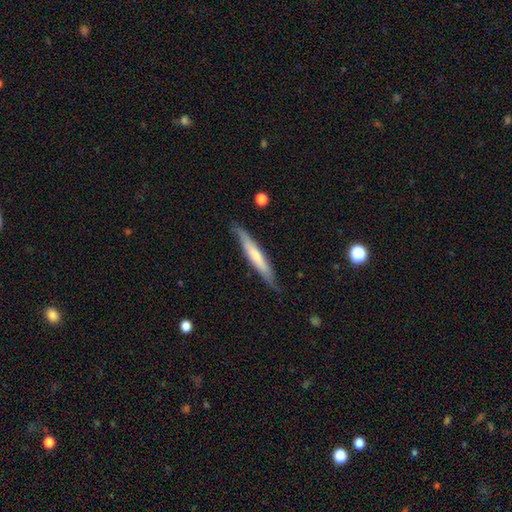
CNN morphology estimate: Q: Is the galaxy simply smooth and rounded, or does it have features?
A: smooth — 50%.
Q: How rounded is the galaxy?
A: cigar-shaped — 93%.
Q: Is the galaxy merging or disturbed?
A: none — 79%.